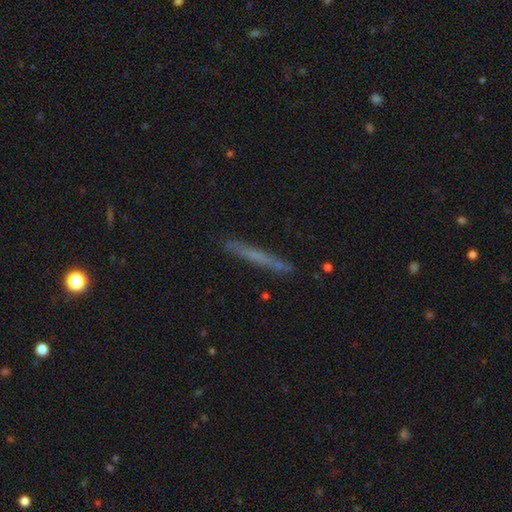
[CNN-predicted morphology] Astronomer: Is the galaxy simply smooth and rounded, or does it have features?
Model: smooth — 54% (runner-up: featured or disk, 38%).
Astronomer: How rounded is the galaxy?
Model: cigar-shaped — 96%.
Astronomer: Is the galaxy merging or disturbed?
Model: none — 87%.